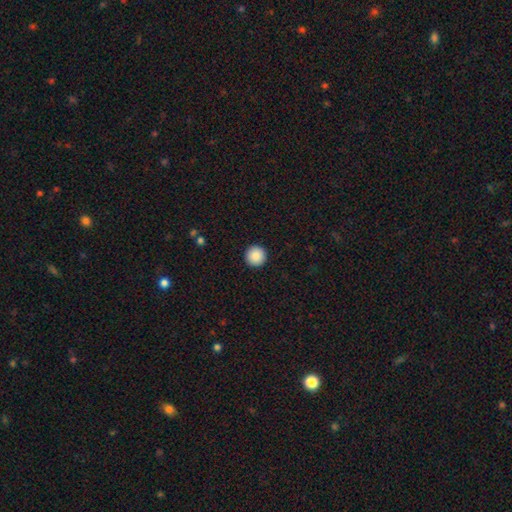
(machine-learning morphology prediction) smooth 89%, star or artifact 8%, featured or disk 3%. Down the decision tree: how rounded — round (96%); merging — none (94%).